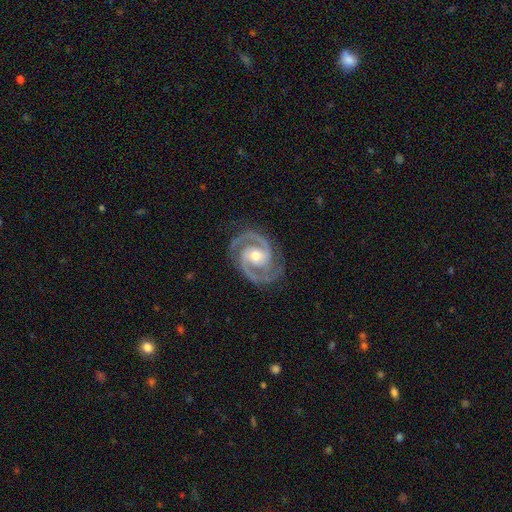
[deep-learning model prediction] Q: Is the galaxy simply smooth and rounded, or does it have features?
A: featured or disk — 94%.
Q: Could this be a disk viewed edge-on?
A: no — 98%.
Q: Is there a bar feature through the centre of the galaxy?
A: no — 43%.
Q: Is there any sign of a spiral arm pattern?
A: yes — 99%.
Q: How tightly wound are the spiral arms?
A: medium — 50%.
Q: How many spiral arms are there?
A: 2 — 90%.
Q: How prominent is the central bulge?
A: moderate — 66%.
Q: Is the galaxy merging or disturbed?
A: none — 83%.